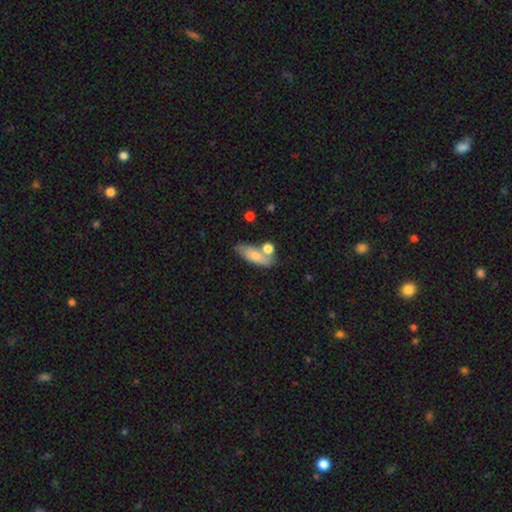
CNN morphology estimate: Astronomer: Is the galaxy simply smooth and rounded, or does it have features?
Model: smooth — 73%.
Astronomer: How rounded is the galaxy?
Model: in between — 68%.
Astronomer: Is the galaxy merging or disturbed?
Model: none — 56%.